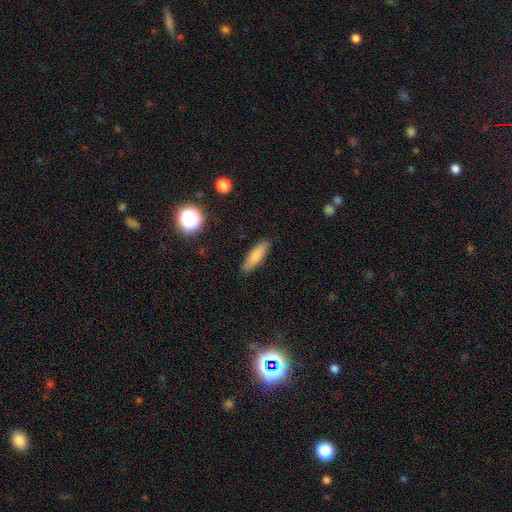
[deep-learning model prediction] Morphology: type=smooth (78%); roundness=cigar-shaped (63%); merging=none (88%).